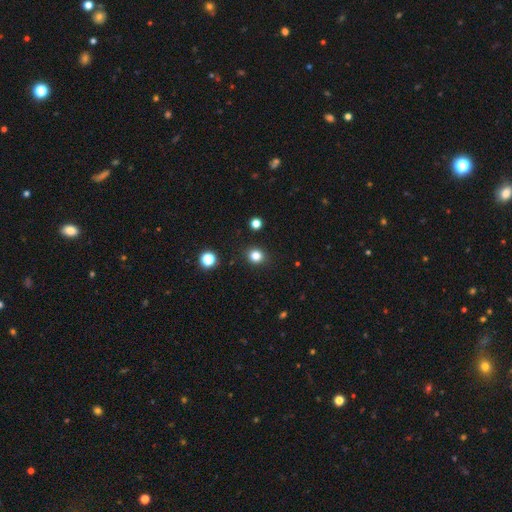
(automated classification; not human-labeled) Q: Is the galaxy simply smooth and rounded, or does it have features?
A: smooth — 82%.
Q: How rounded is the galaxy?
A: round — 80%.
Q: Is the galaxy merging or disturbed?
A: none — 90%.